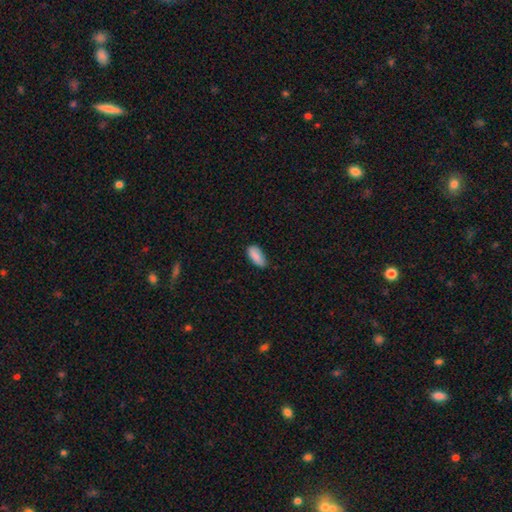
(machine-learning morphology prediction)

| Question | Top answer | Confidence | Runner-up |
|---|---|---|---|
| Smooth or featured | smooth | 87% | star or artifact (7%) |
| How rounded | in between | 82% | cigar-shaped (16%) |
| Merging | none | 66% | minor disturbance (28%) |